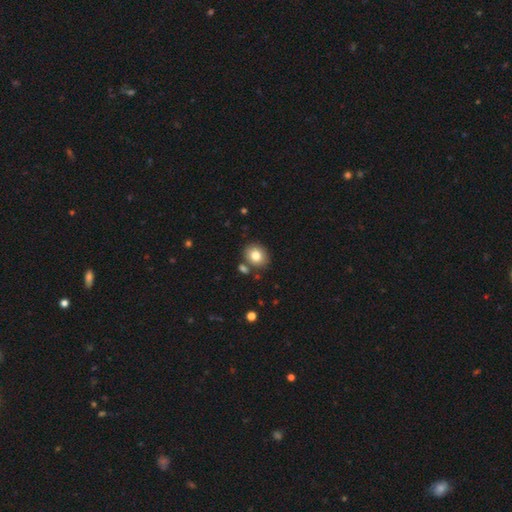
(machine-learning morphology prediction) Overall: smooth (81%). How rounded: round (63%; in between 36%). Merging: none (78%).